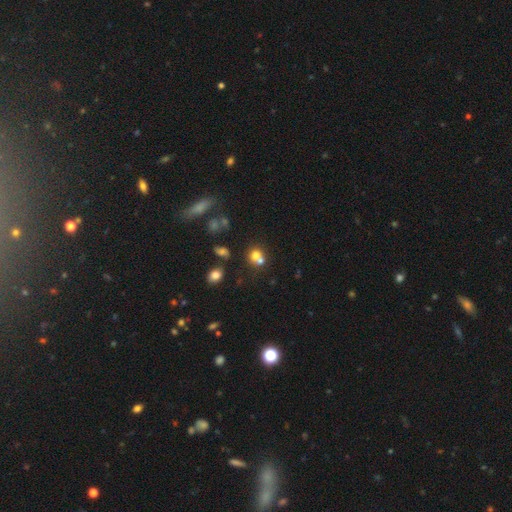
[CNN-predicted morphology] type=smooth (68%); roundness=round (79%); merging=merger (50%).